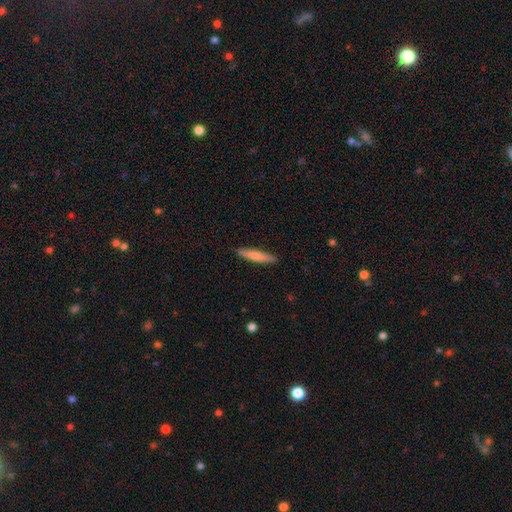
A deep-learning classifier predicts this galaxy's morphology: Smooth or featured?
  - smooth: 77% *
  - featured or disk: 18%
  - star or artifact: 5%
How rounded?
  - cigar-shaped: 88% *
  - in between: 11%
  - round: 1%
Merging?
  - none: 90% *
  - minor disturbance: 8%
  - major disturbance: 2%
  - merger: 1%